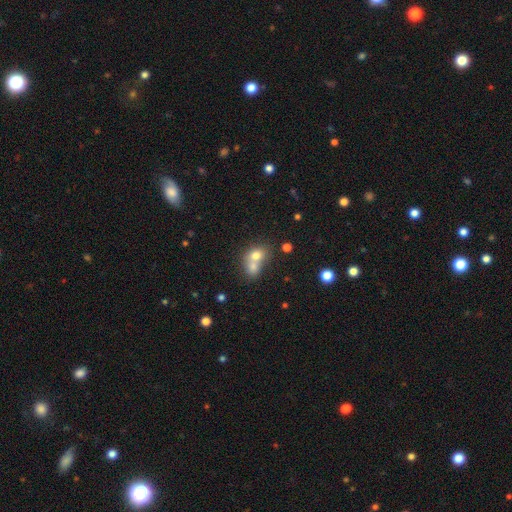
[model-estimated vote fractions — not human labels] Overall: smooth (70%). How rounded: round (52%; in between 47%). Merging: merger (70%).